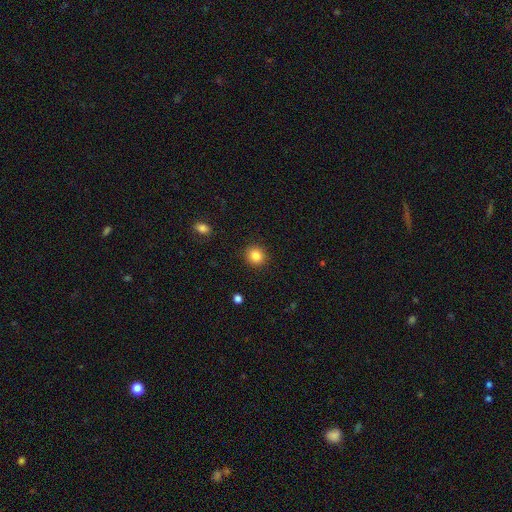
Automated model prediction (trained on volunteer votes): Q: Smooth or featured?
A: smooth (85%); runner-up: star or artifact (10%)
Q: How rounded?
A: round (87%); runner-up: in between (12%)
Q: Merging?
A: none (91%); runner-up: minor disturbance (6%)